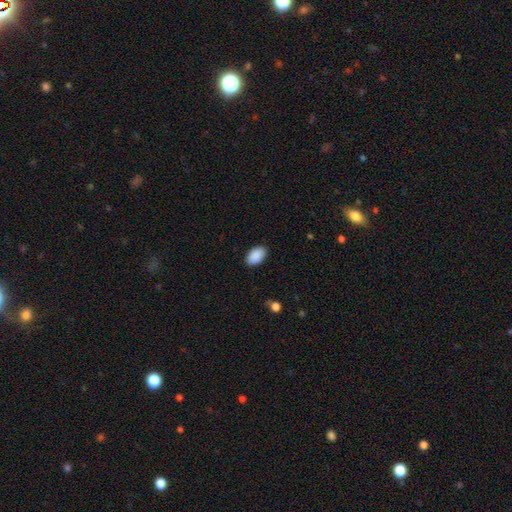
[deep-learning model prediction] Q: Smooth or featured?
A: smooth (91%); runner-up: star or artifact (6%)
Q: How rounded?
A: in between (92%); runner-up: round (7%)
Q: Merging?
A: none (89%); runner-up: minor disturbance (8%)